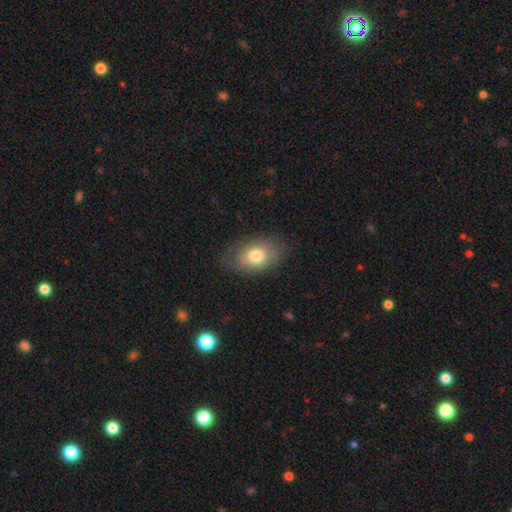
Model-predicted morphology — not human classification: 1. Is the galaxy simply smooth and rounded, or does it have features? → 73% smooth, 20% featured or disk, 7% star or artifact.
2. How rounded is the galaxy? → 86% in between, 13% round, 1% cigar-shaped.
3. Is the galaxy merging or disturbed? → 76% none, 17% minor disturbance, 6% major disturbance, 1% merger.